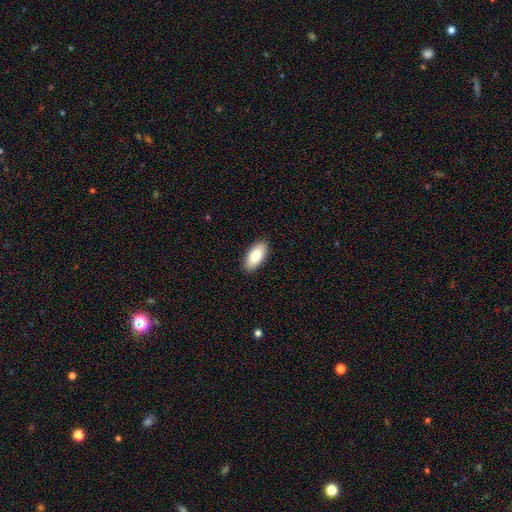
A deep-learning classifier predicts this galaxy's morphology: Smooth or featured? smooth (82%)
How rounded? in between (91%)
Merging? none (90%)